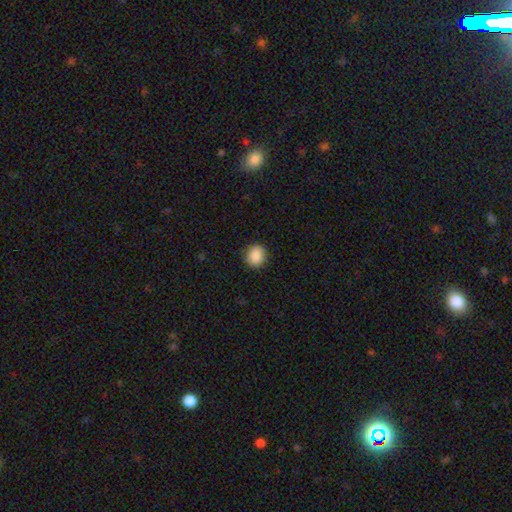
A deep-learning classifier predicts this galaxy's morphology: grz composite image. It shows a smooth galaxy with no disk features (89%) that is round (81%). Merging: none (90%).